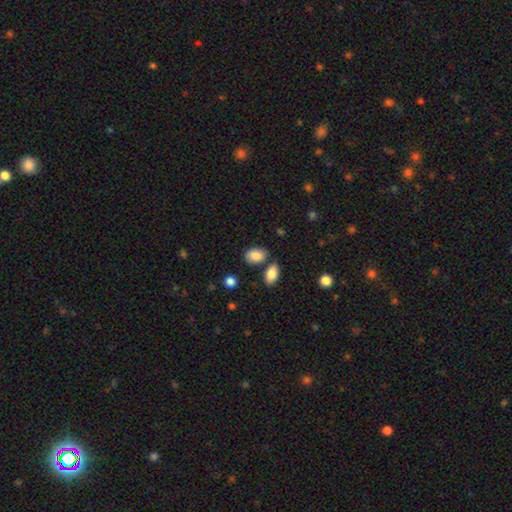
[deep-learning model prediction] Smooth or featured: smooth — 87% (star or artifact — 7%)
How rounded: in between — 88% (round — 10%)
Merging: none — 67% (minor disturbance — 16%)